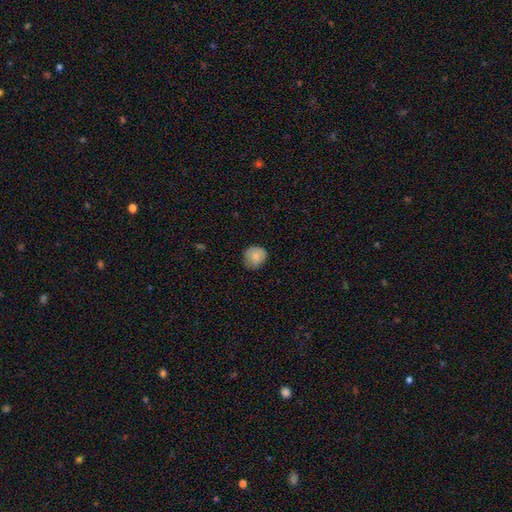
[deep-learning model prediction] Smooth or featured? smooth (82%)
How rounded? round (82%)
Merging? none (74%)